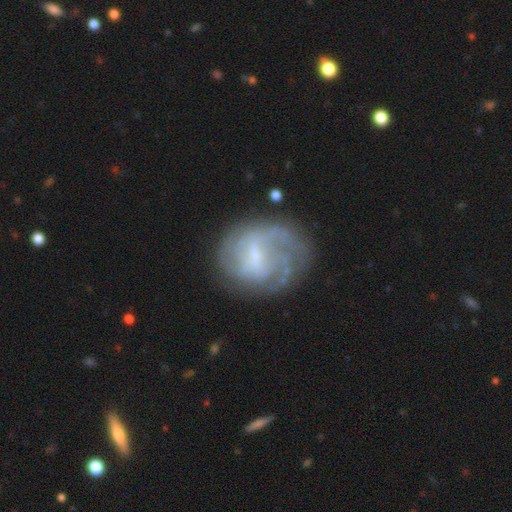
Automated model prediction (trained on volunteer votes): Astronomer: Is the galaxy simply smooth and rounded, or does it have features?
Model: featured or disk — 70%.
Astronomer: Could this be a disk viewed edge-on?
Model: no — 98%.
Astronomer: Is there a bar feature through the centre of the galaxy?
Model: weak — 54%.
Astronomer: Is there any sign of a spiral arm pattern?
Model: yes — 72%.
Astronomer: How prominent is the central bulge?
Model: small — 39% (runner-up: none, 33%).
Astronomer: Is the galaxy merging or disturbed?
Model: none — 57%.